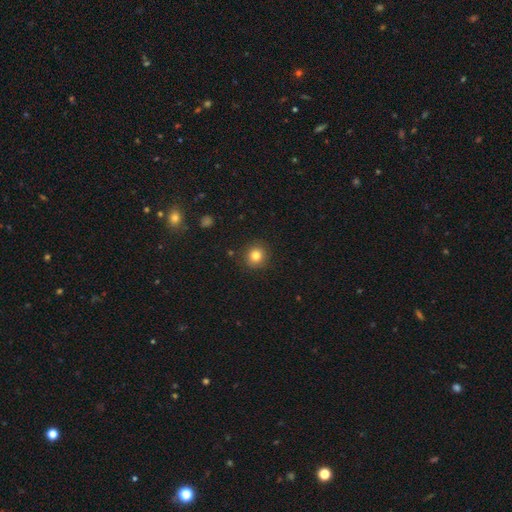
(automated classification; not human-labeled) smooth 82%, star or artifact 12%, featured or disk 7%. Down the decision tree: how rounded — round (91%); merging — none (90%).